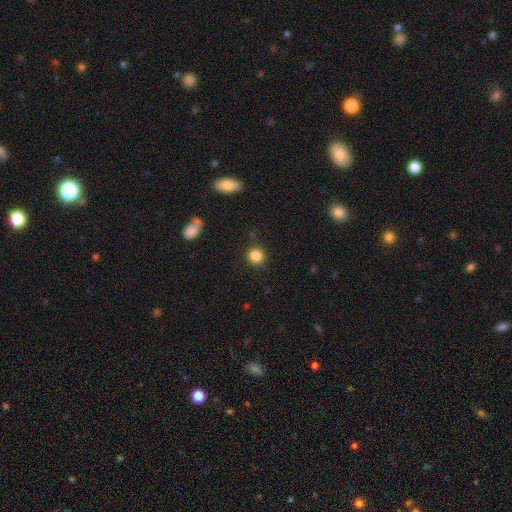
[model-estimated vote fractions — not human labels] smooth_or_featured: smooth (p=0.86) [alt: star or artifact p=0.11]
how_rounded: round (p=0.92) [alt: in between p=0.07]
merging: none (p=0.85) [alt: minor disturbance p=0.09]